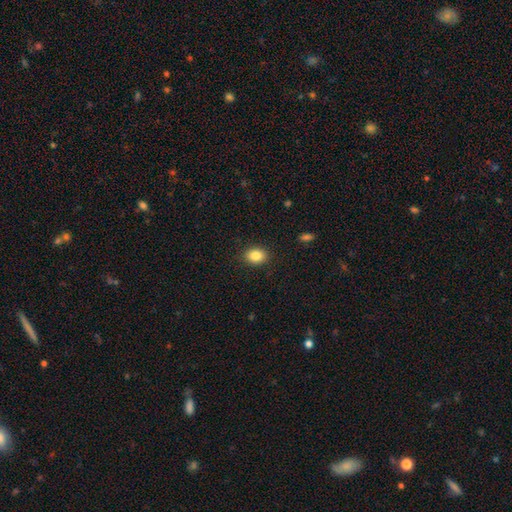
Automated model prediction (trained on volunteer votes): A smooth galaxy with no disk features (86%) that is in between round and cigar-shaped (66%). Merging: none (89%).